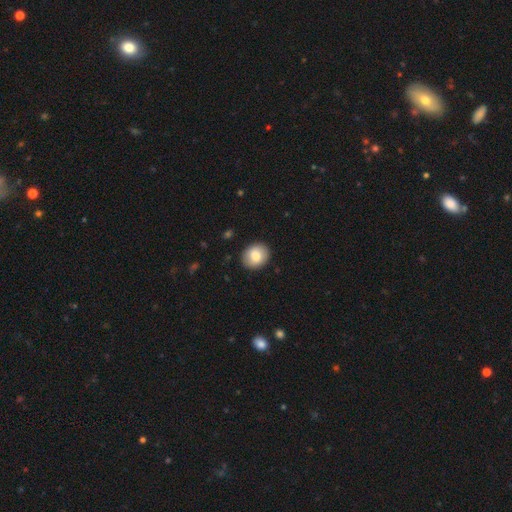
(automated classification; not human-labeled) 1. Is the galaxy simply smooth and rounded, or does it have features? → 80% smooth, 13% featured or disk, 7% star or artifact.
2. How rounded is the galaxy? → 59% round, 40% in between, 1% cigar-shaped.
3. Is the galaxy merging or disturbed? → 90% none, 8% minor disturbance, 2% major disturbance, 1% merger.